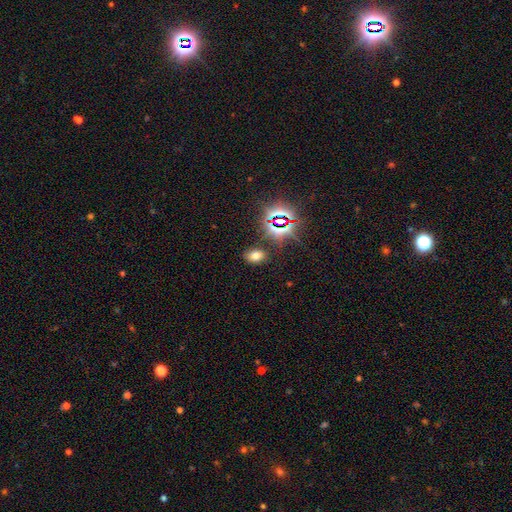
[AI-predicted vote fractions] This appears to be a smooth galaxy with no disk features (64%) that is in between round and cigar-shaped (79%). Merging: none (85%).